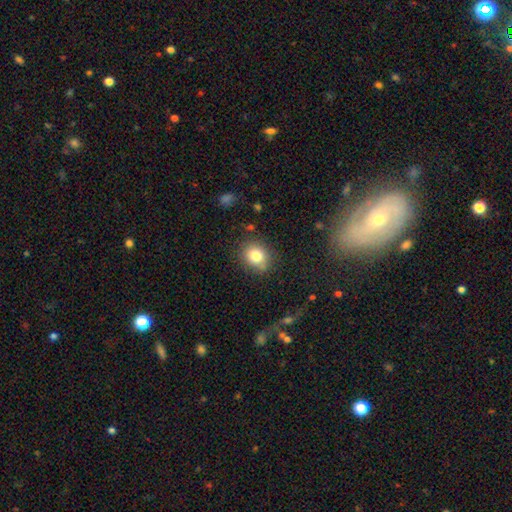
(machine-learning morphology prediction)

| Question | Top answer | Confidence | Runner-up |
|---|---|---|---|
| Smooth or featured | smooth | 81% | star or artifact (11%) |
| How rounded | round | 71% | in between (28%) |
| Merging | none | 80% | minor disturbance (13%) |